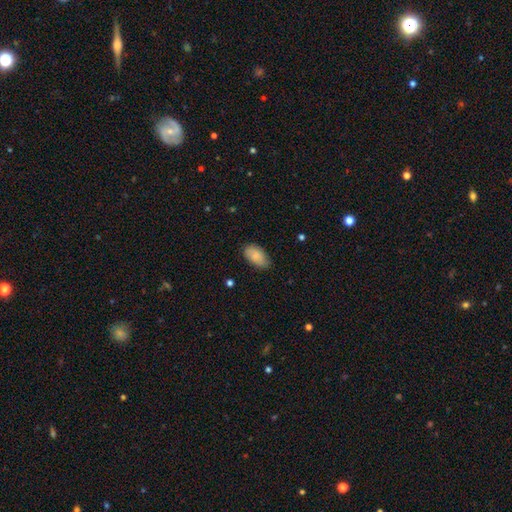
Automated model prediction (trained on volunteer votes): smooth 85%, featured or disk 9%, star or artifact 6%. Down the decision tree: how rounded — in between (94%); merging — none (76%).